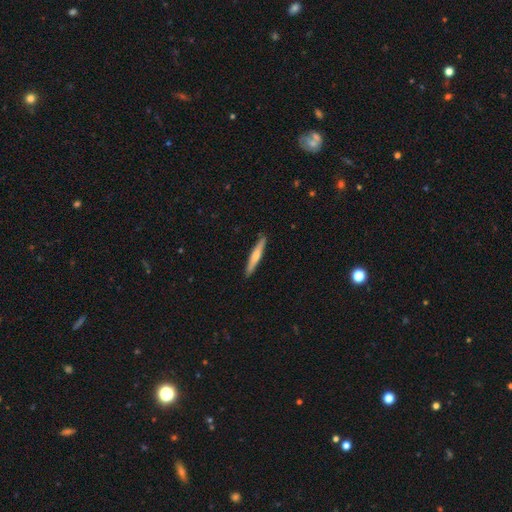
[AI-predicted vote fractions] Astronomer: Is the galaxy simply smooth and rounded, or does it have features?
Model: smooth — 56% (runner-up: featured or disk, 39%).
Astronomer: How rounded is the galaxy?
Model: cigar-shaped — 94%.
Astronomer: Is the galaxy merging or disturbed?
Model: none — 90%.